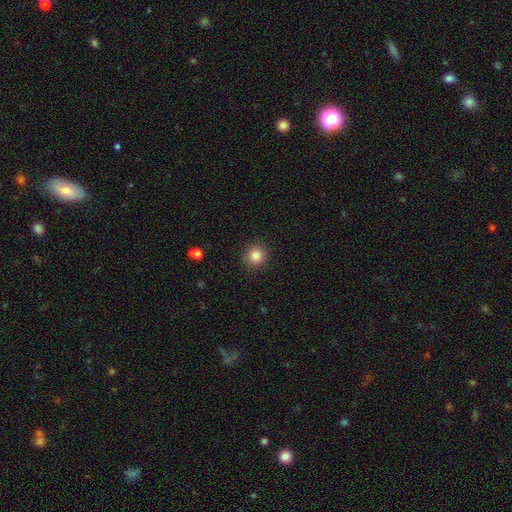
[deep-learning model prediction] Smooth or featured? Predicted: smooth (p=0.84). How rounded? Predicted: round (p=0.92). Merging? Predicted: none (p=0.90).